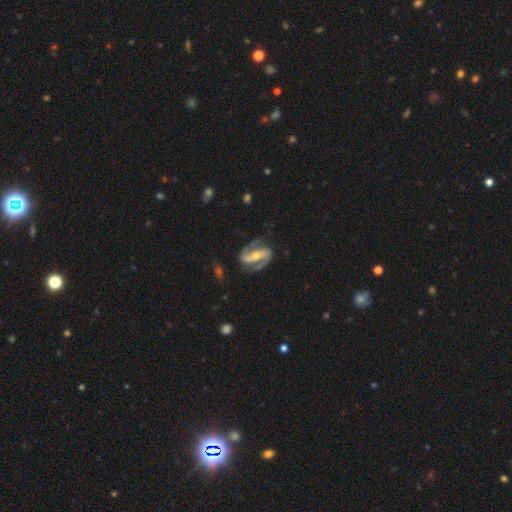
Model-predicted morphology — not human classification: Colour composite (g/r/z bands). It shows a featured or disk galaxy (91%) with a strong bar (65%), 2 (93%) medium (52%) spiral arms (97%) and a moderate central bulge (51%). Merging: none (79%).